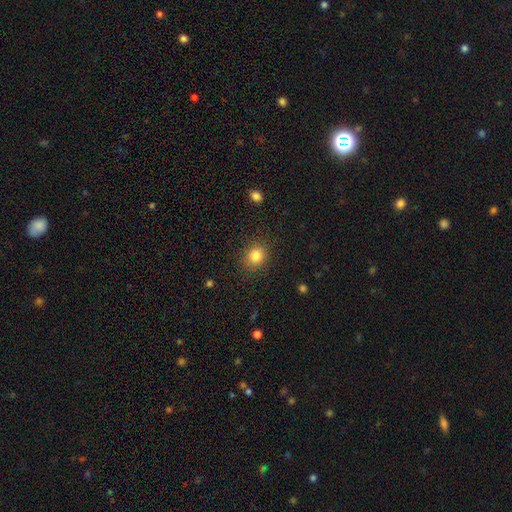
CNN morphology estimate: Smooth or featured? smooth (83%)
How rounded? round (76%)
Merging? none (86%)